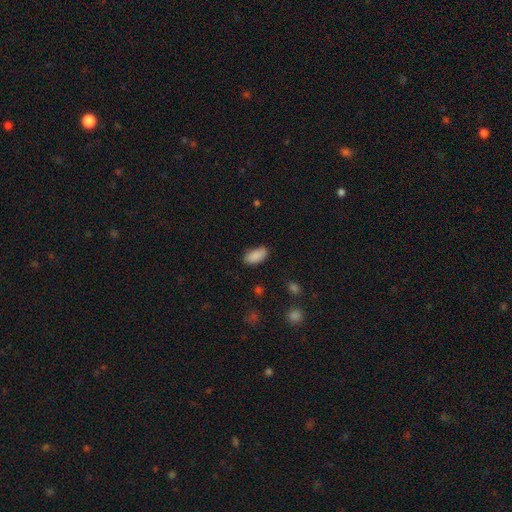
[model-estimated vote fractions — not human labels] Smooth or featured? Predicted: smooth (p=0.88). How rounded? Predicted: in between (p=0.93). Merging? Predicted: none (p=0.80).